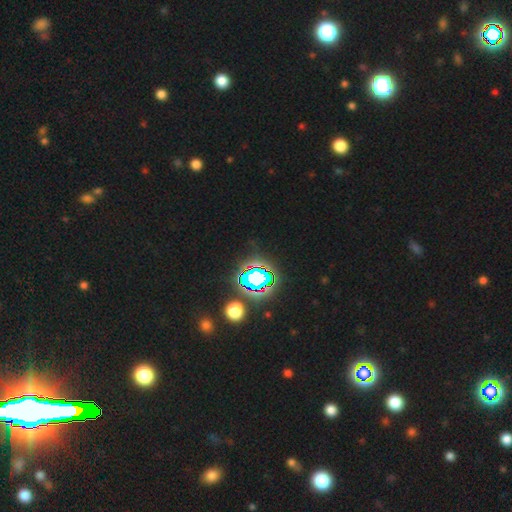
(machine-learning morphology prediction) A star or artifact, not a galaxy (78%).